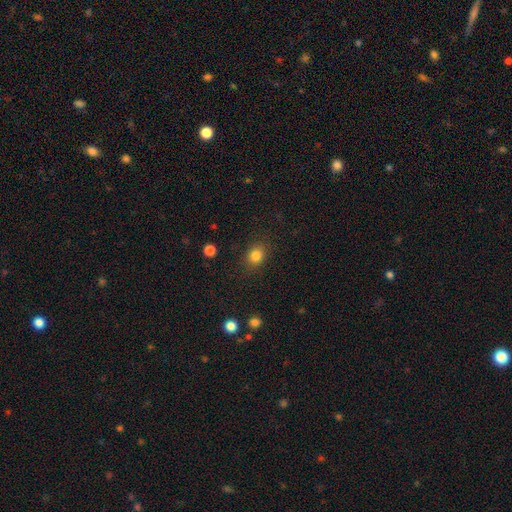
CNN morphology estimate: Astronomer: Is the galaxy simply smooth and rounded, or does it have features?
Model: smooth — 83%.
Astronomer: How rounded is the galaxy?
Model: round — 62%.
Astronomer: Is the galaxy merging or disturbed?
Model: none — 84%.